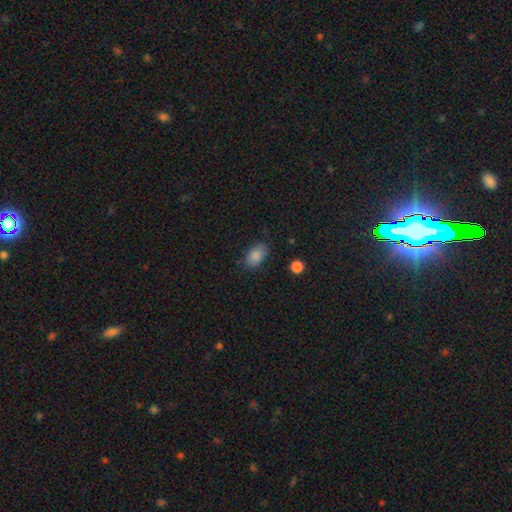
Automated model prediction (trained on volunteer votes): smooth_or_featured: smooth (p=0.87) [alt: star or artifact p=0.08]
how_rounded: in between (p=0.89) [alt: round p=0.09]
merging: none (p=0.79) [alt: minor disturbance p=0.15]